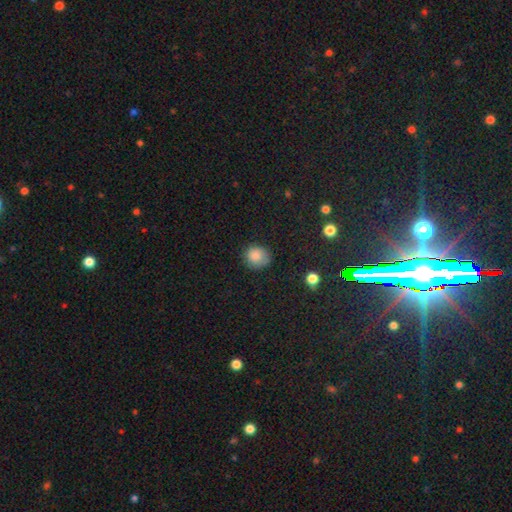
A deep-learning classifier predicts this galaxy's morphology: Overall: smooth (84%). How rounded: round (81%). Merging: none (75%).